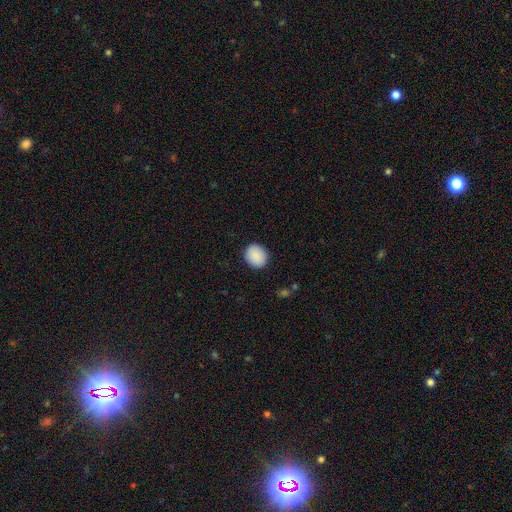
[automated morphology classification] Smooth or featured? Predicted: smooth (p=0.90). How rounded? Predicted: round (p=0.79). Merging? Predicted: none (p=0.90).